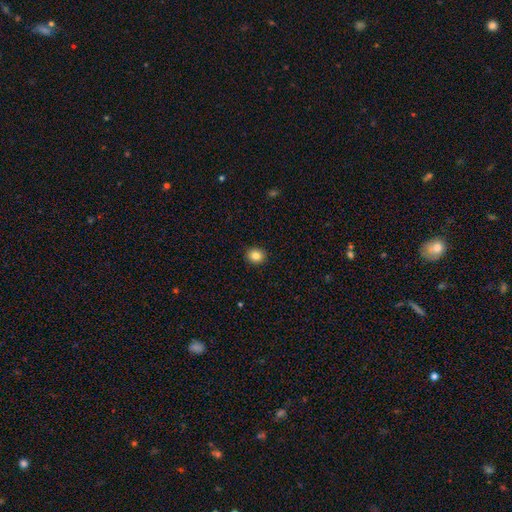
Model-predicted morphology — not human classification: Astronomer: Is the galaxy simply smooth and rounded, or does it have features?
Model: smooth — 84%.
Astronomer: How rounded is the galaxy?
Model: round — 80%.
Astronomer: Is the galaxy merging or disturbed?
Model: none — 91%.